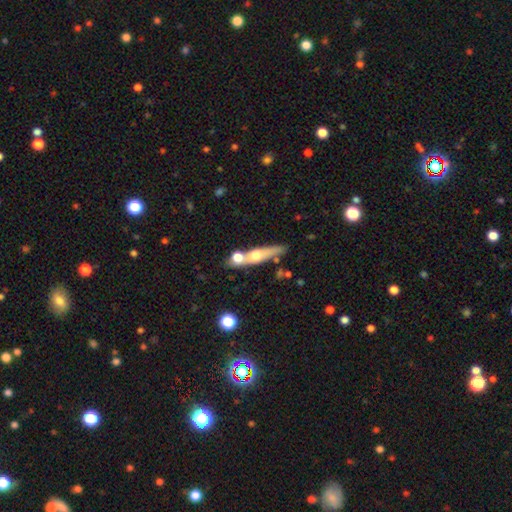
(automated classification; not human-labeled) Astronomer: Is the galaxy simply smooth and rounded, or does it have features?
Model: featured or disk — 52% (runner-up: smooth, 41%).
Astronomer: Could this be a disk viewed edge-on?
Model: yes — 85%.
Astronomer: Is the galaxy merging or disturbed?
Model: none — 59%.